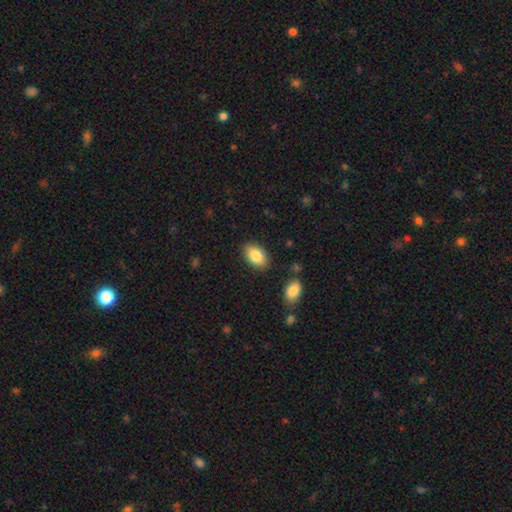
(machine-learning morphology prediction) Smooth or featured: smooth — 84% (featured or disk — 9%)
How rounded: in between — 92% (round — 6%)
Merging: none — 85% (minor disturbance — 10%)